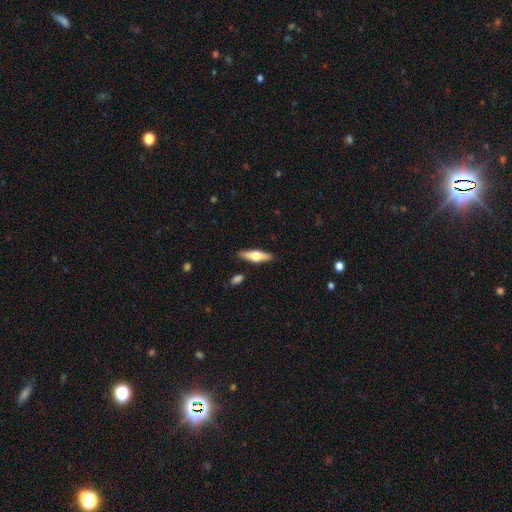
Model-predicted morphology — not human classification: This is possibly a featured or disk galaxy (50%). Merging: clearly none (87%).